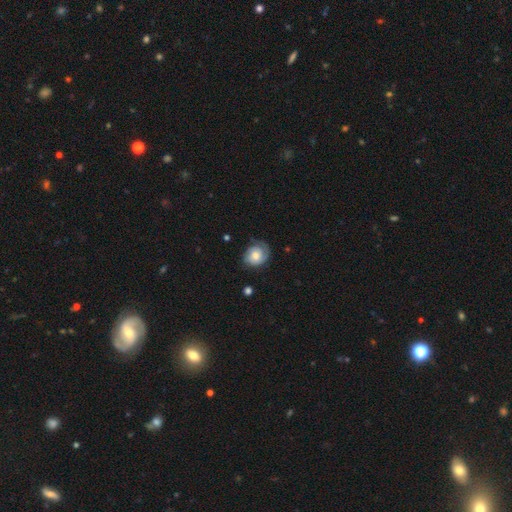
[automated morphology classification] featured or disk 54%, smooth 39%, star or artifact 7%. Down the decision tree: edge-on disk — no (97%); bar — no (76%); spiral arms — yes (86%); bulge size — moderate (61%); merging — none (66%).